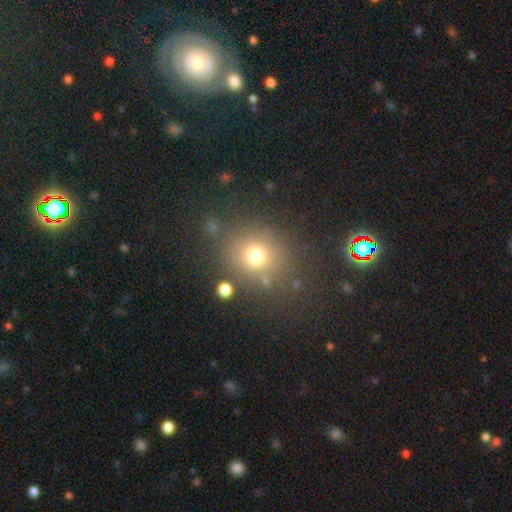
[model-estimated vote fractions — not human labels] This appears to be a smooth galaxy with no disk features (72%) that is round (83%). Merging: none (78%).